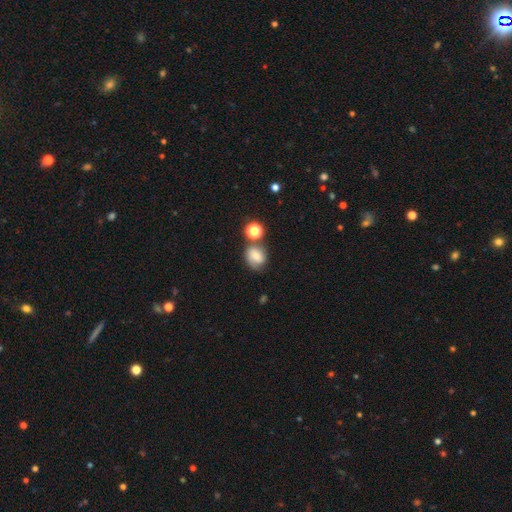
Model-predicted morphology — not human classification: type=smooth (58%); roundness=in between (50%); merging=none (54%).